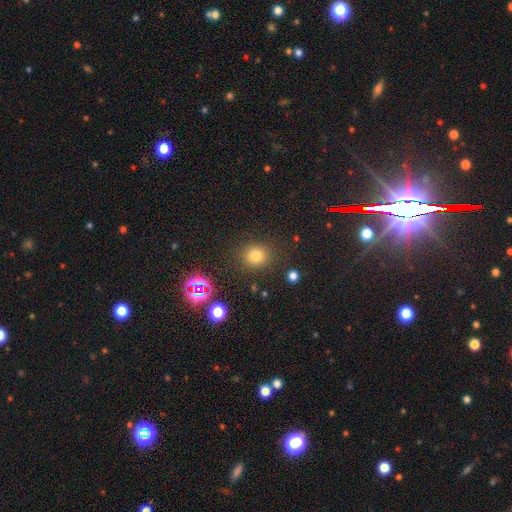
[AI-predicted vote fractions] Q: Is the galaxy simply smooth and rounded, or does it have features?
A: smooth — 76%.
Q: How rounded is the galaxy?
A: round — 84%.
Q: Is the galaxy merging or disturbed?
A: none — 86%.